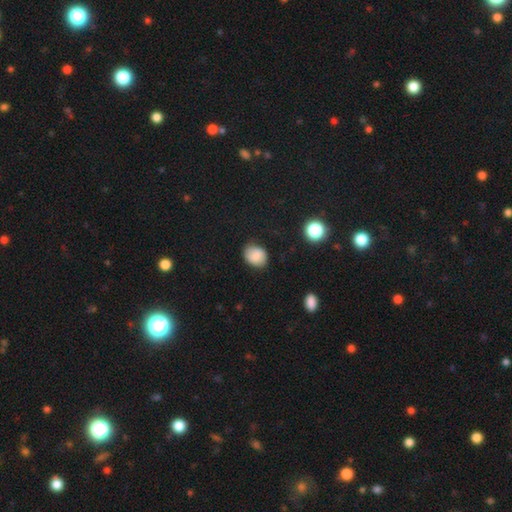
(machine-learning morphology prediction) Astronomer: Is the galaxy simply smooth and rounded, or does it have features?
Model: smooth — 84%.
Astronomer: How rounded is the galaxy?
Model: in between — 55% (runner-up: round, 44%).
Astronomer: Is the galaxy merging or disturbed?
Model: none — 76%.